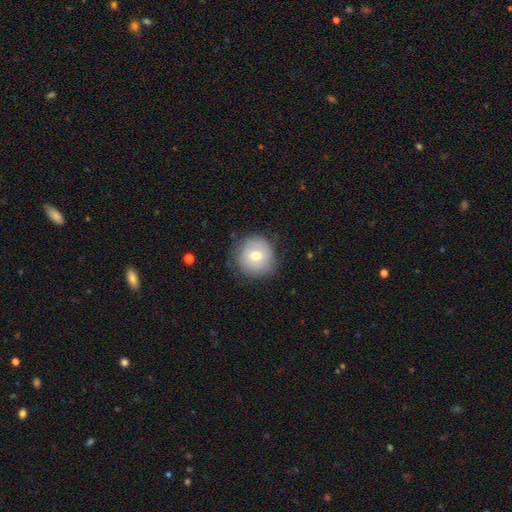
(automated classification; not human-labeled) This appears to be a smooth galaxy with no disk features (67%) that is round (94%). Merging: none (79%).